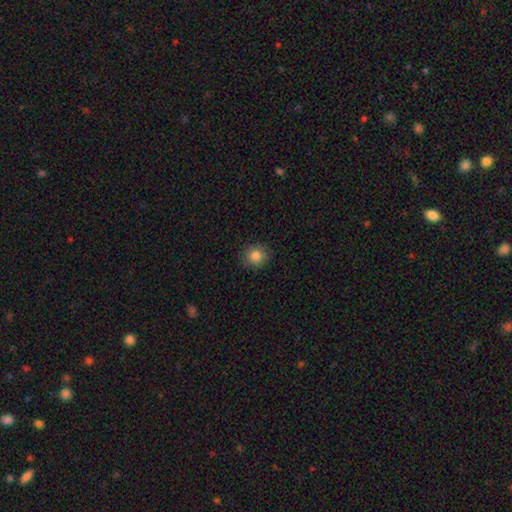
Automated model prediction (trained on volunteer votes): Smooth or featured?
  - smooth: 83% *
  - star or artifact: 11%
  - featured or disk: 6%
How rounded?
  - round: 88% *
  - in between: 11%
  - cigar-shaped: 1%
Merging?
  - none: 90% *
  - minor disturbance: 7%
  - major disturbance: 2%
  - merger: 1%